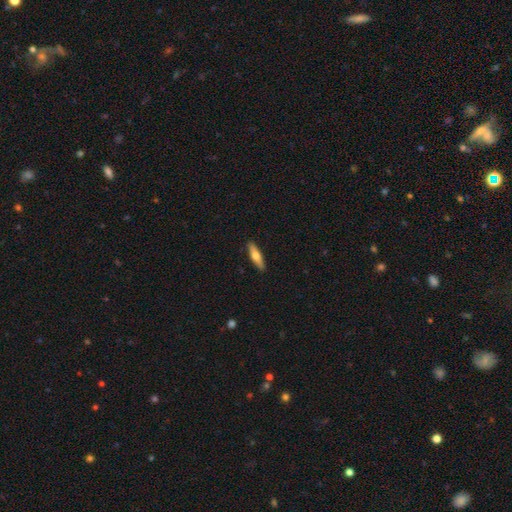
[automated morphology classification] smooth 58%, featured or disk 37%, star or artifact 5%. Down the decision tree: how rounded — cigar-shaped (73%); merging — none (91%).